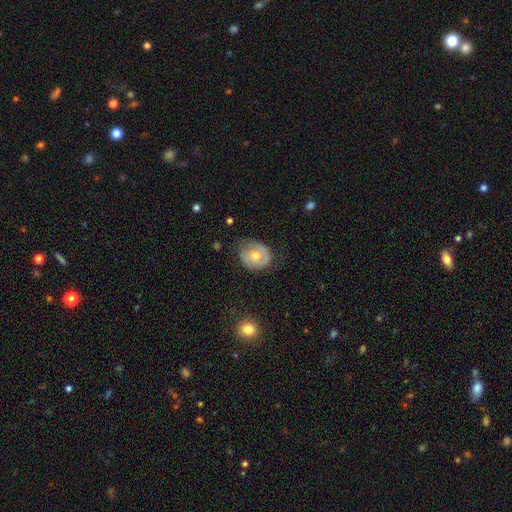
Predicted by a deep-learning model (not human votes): Overall: smooth (49%; featured or disk 43%). Merging: none (61%; minor disturbance 28%).